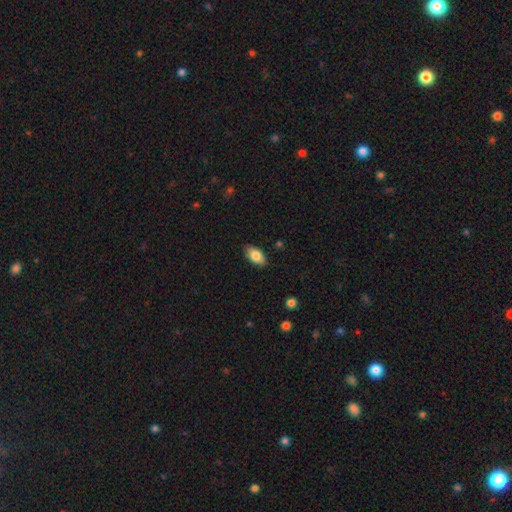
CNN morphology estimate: The model was most divided on "smooth or featured": smooth: 81%, featured or disk: 12%, star or artifact: 7%. More confident: how rounded — in between (91%); merging — none (84%).